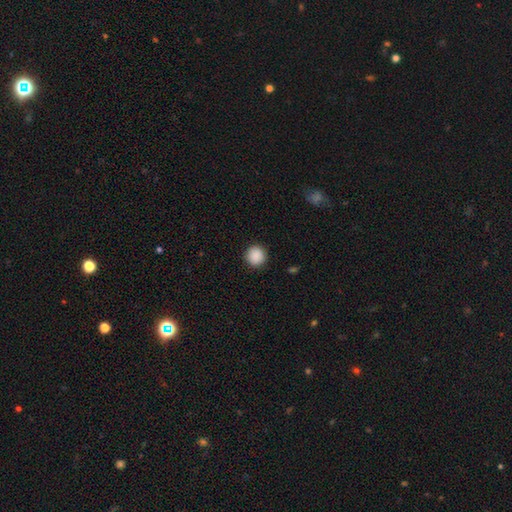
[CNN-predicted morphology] This is clearly a smooth galaxy (90%). How rounded: clearly round (93%). Merging: clearly none (91%).